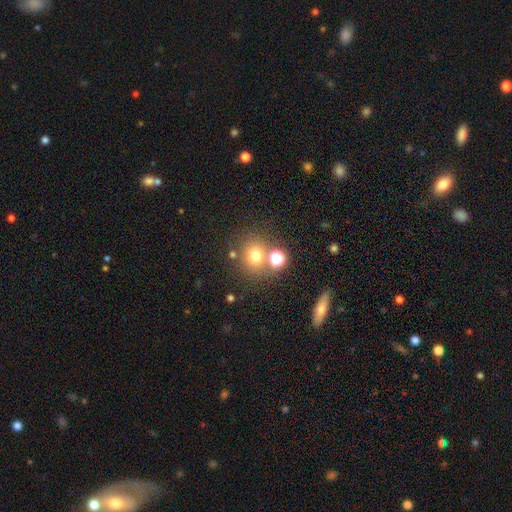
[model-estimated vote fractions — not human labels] Smooth or featured? smooth (70%)
How rounded? round (83%)
Merging? none (68%)